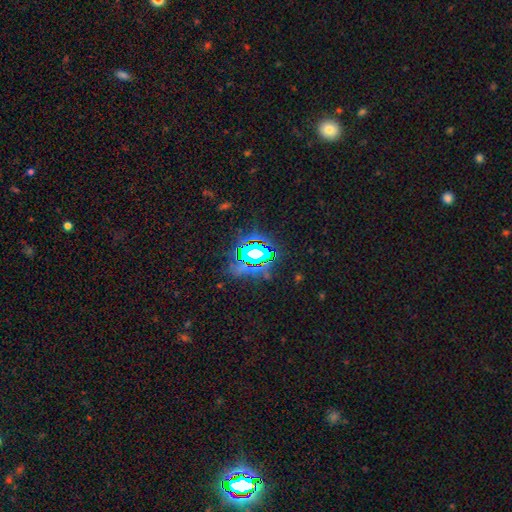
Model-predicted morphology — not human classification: Smooth or featured? Predicted: star or artifact (p=0.71).